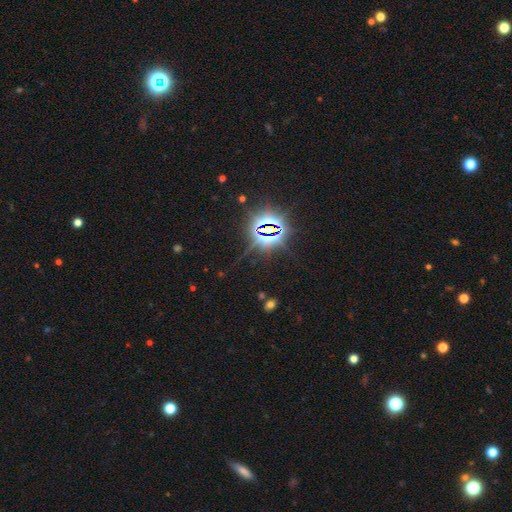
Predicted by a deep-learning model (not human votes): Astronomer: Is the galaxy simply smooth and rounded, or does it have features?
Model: star or artifact — 80%.